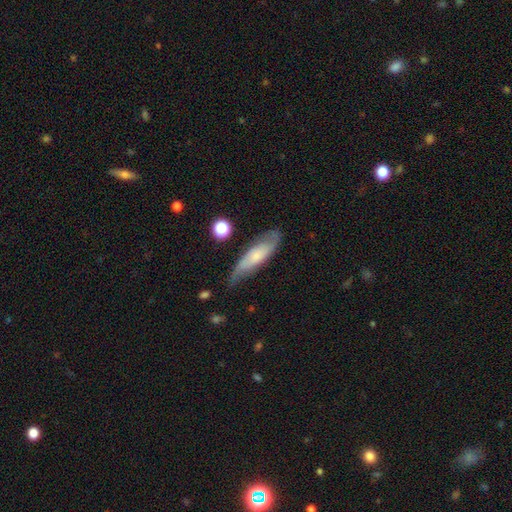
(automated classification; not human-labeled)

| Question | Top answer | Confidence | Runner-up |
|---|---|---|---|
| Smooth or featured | featured or disk | 47% | smooth (46%) |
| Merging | none | 68% | minor disturbance (23%) |